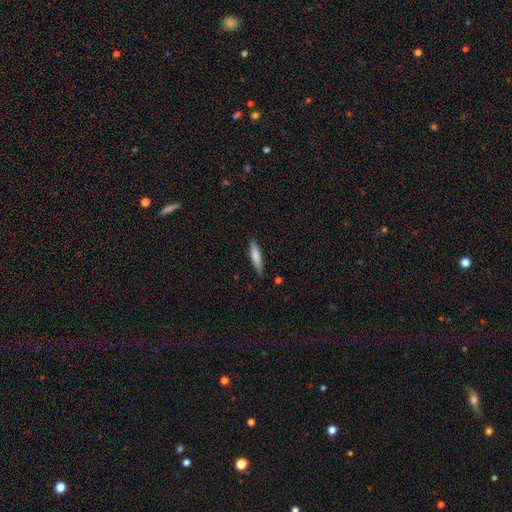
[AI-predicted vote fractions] This appears to be a smooth galaxy with no disk features (75%) that is cigar-shaped (86%). Merging: none (83%).